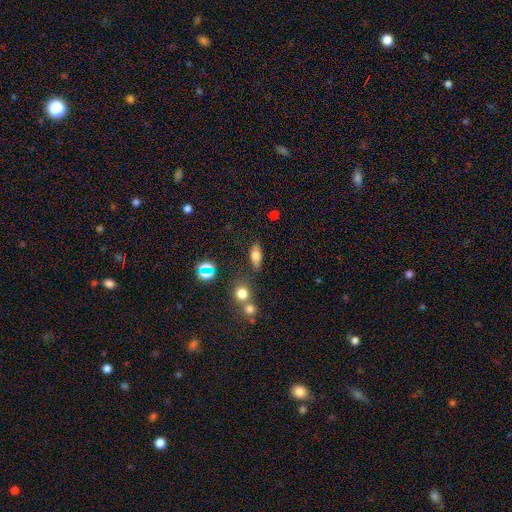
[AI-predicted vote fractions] Smooth or featured: smooth — 70% (featured or disk — 16%)
How rounded: in between — 78% (cigar-shaped — 14%)
Merging: none — 75% (minor disturbance — 14%)